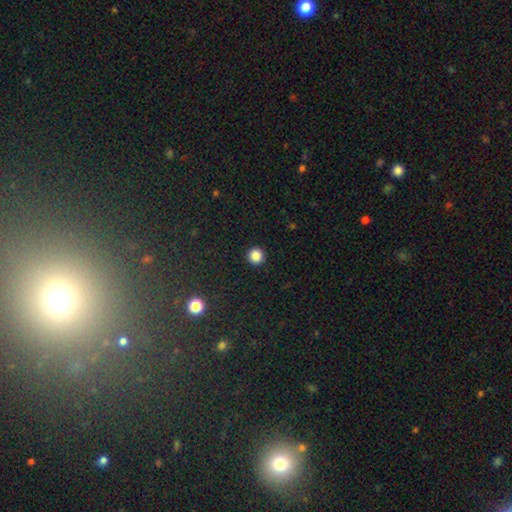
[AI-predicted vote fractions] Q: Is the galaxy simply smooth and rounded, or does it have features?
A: smooth — 85%.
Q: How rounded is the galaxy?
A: round — 95%.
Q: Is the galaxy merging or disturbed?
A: none — 93%.